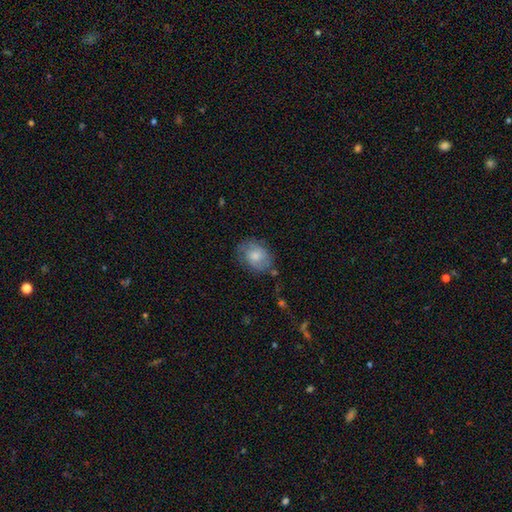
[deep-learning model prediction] Smooth or featured? smooth (73%)
How rounded? in between (64%)
Merging? none (65%)